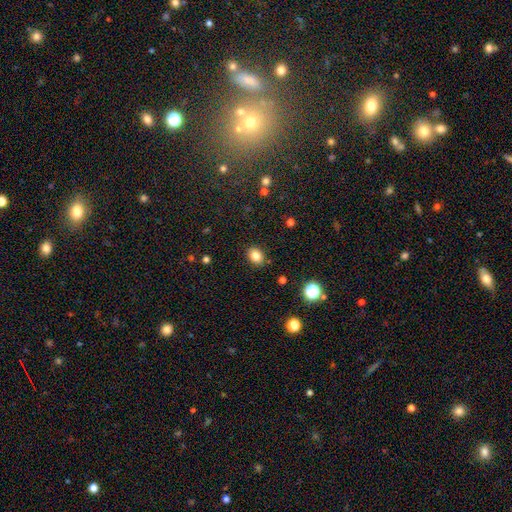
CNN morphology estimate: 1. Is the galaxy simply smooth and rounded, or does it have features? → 83% smooth, 11% star or artifact, 6% featured or disk.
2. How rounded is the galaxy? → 59% in between, 40% round, 1% cigar-shaped.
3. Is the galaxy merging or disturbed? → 88% none, 9% minor disturbance, 2% major disturbance, 1% merger.